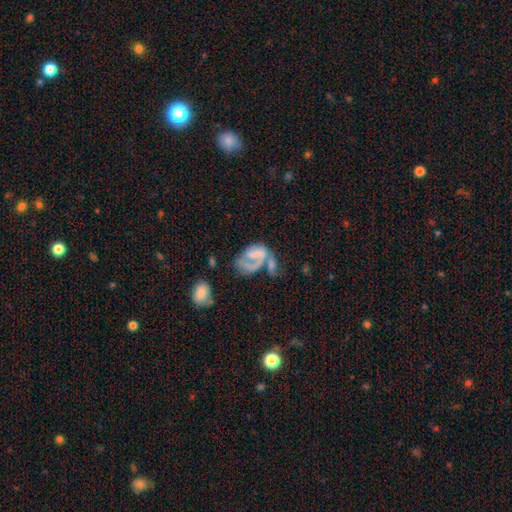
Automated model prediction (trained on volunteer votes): This appears to be a featured or disk galaxy (59%) with no bar (58%), spiral arms (61%) and no central bulge (58%). Merging: major disturbance (36%).